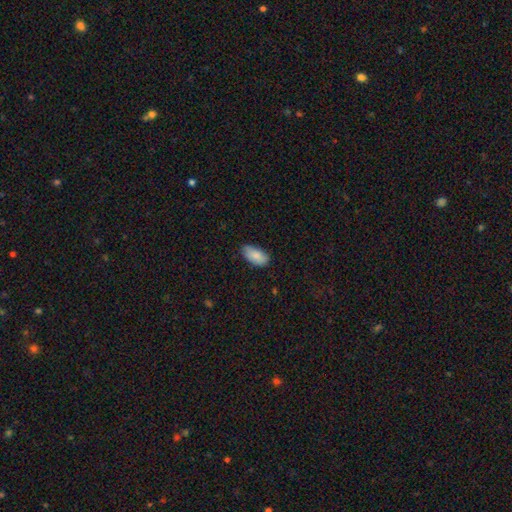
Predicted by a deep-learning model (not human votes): The model was most divided on "merging": none: 77%, minor disturbance: 19%, major disturbance: 3%, merger: 1%. More confident: how rounded — in between (94%); smooth or featured — smooth (87%).